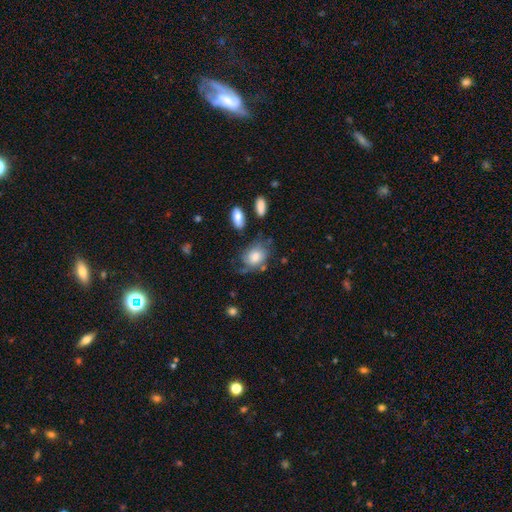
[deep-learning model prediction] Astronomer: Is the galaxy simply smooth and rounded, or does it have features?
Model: smooth — 59%.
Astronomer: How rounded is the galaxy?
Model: in between — 62%.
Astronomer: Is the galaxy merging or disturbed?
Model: none — 48% (runner-up: minor disturbance, 28%).